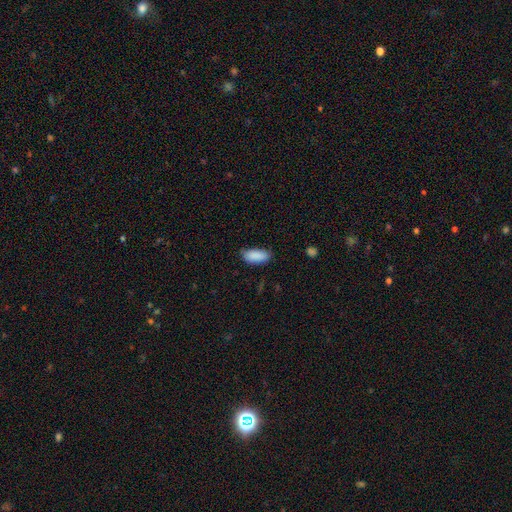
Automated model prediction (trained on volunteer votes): smooth_or_featured: smooth (p=0.89) [alt: star or artifact p=0.07]
how_rounded: in between (p=0.89) [alt: cigar-shaped p=0.09]
merging: none (p=0.74) [alt: minor disturbance p=0.21]